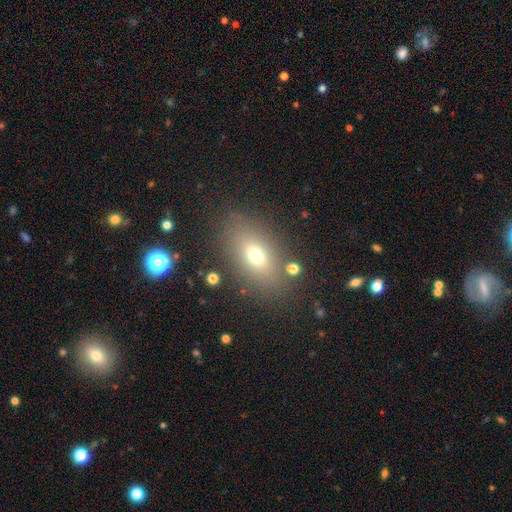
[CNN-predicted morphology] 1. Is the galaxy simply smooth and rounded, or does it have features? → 68% smooth, 17% featured or disk, 15% star or artifact.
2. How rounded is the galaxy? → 79% in between, 16% round, 5% cigar-shaped.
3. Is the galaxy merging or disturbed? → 81% none, 10% minor disturbance, 5% major disturbance, 3% merger.